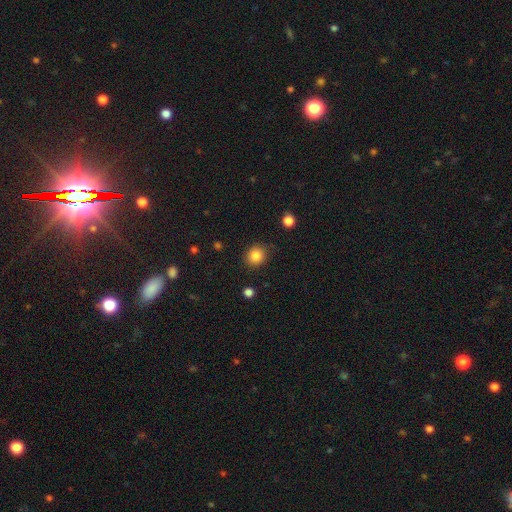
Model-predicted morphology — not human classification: smooth_or_featured: smooth (p=0.85) [alt: star or artifact p=0.10]
how_rounded: round (p=0.82) [alt: in between p=0.17]
merging: none (p=0.87) [alt: minor disturbance p=0.09]